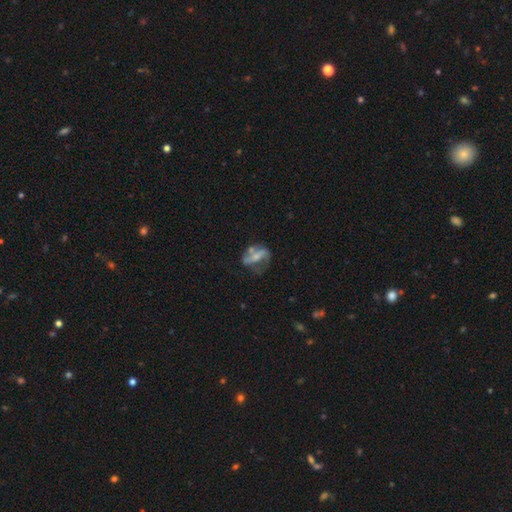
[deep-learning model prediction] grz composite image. It shows a featured or disk galaxy (61%) with no bar (38%), spiral arms (59%) and a small central bulge (44%). Merging: none (40%).